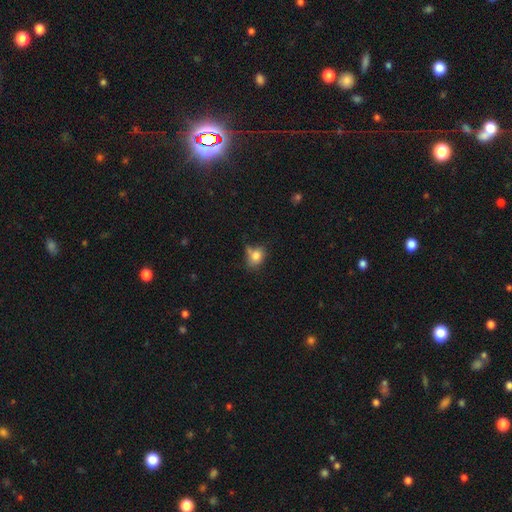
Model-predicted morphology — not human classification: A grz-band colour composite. It shows a smooth galaxy with no disk features (79%) that is in between round and cigar-shaped (61%). Merging: none (52%).